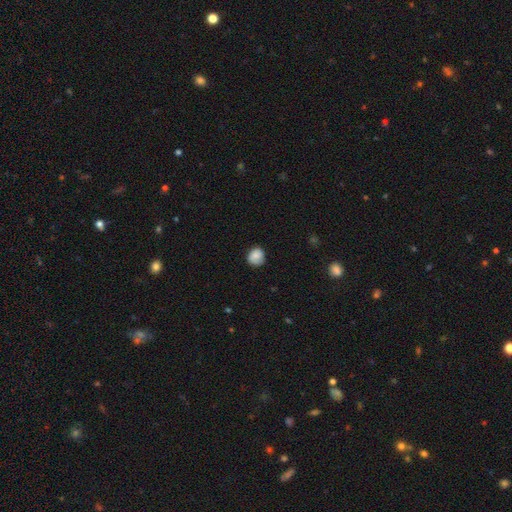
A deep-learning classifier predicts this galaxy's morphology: This appears to be a smooth galaxy with no disk features (81%) that is round (78%). Merging: none (72%).